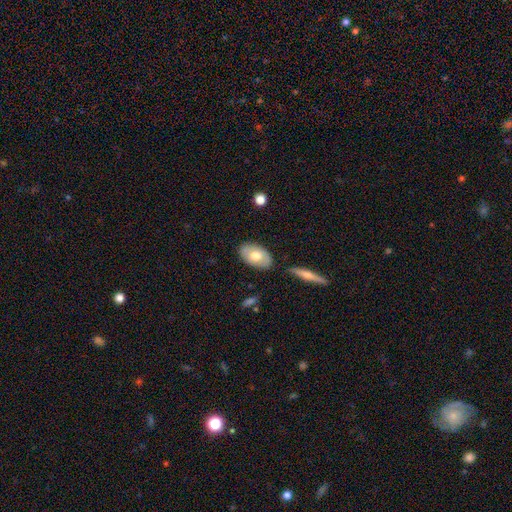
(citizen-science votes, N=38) A smooth galaxy with no disk features (63%) that is in between round and cigar-shaped (88%). Merging: none (78%).